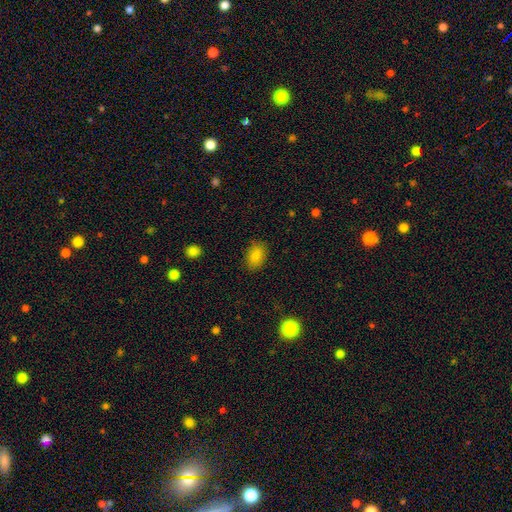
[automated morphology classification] Smooth or featured: smooth — 84% (star or artifact — 9%)
How rounded: in between — 84% (round — 14%)
Merging: none — 85% (minor disturbance — 11%)